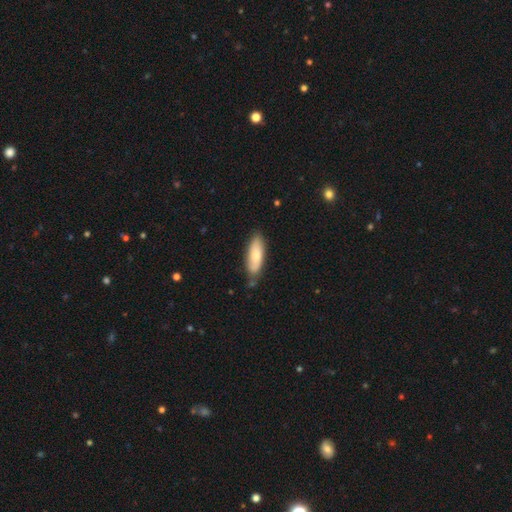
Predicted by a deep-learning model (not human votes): This is likely a smooth galaxy (73%). How rounded: likely in between (61%). Merging: likely none (75%).